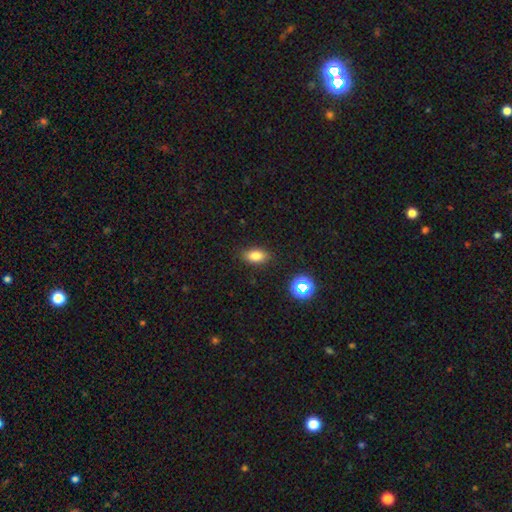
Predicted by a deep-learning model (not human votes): Smooth or featured? Predicted: smooth (p=0.80). How rounded? Predicted: in between (p=0.86). Merging? Predicted: none (p=0.86).